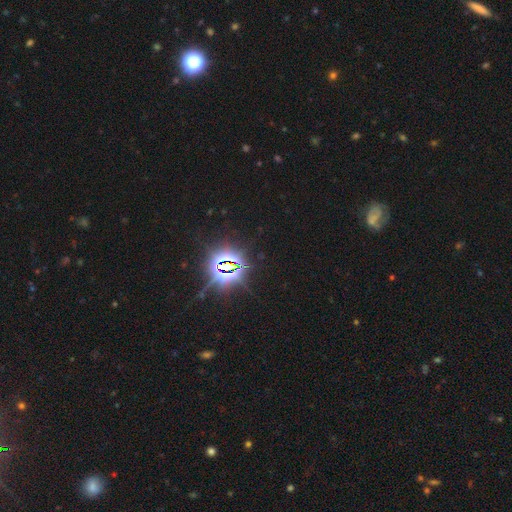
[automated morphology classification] Smooth or featured?
  - star or artifact: 82% *
  - smooth: 12%
  - featured or disk: 6%